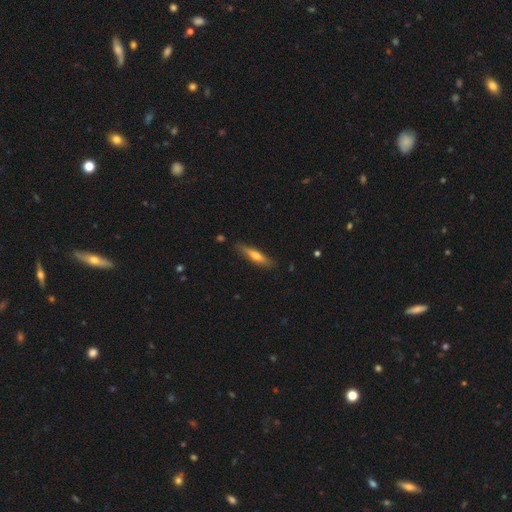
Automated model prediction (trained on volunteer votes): This is possibly a smooth galaxy (52%). How rounded: clearly cigar-shaped (82%). Merging: clearly none (85%).